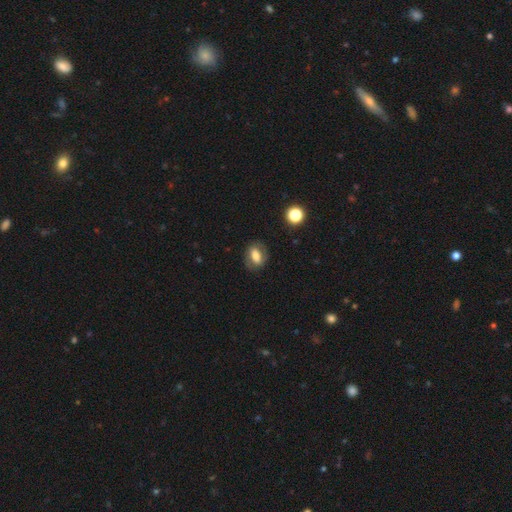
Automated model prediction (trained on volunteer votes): Smooth or featured? smooth (60%)
How rounded? in between (79%)
Merging? none (77%)